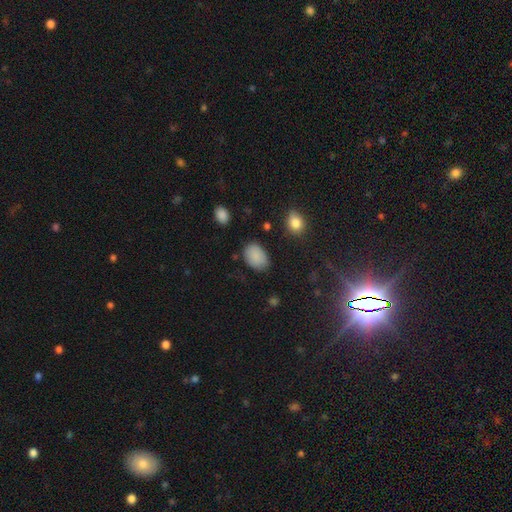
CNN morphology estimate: Smooth or featured? Predicted: smooth (p=0.86). How rounded? Predicted: in between (p=0.82). Merging? Predicted: none (p=0.77).